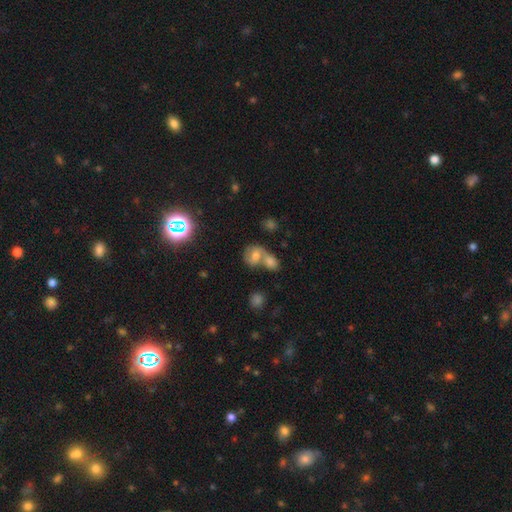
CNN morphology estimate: Smooth or featured? Predicted: smooth (p=0.59). How rounded? Predicted: in between (p=0.54). Merging? Predicted: merger (p=0.62).